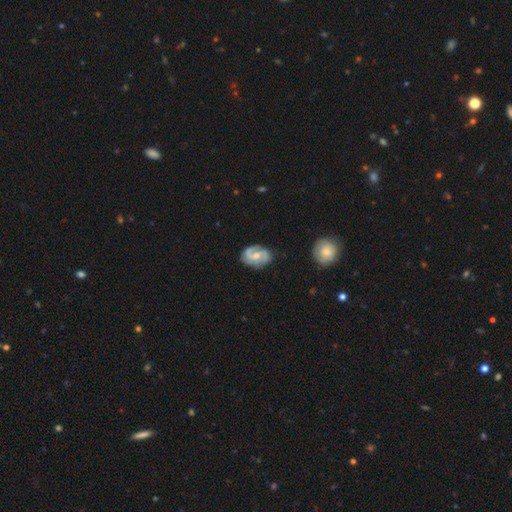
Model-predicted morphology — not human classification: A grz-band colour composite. It shows a featured or disk galaxy (77%) with a weak bar (46%), 2 (79%) medium (47%) spiral arms (93%) and a moderate central bulge (58%). Merging: none (75%).